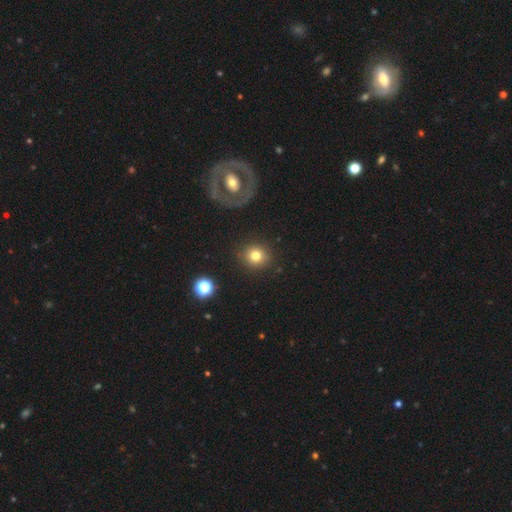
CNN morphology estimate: A smooth galaxy with no disk features (79%) that is round (89%). Merging: none (89%).